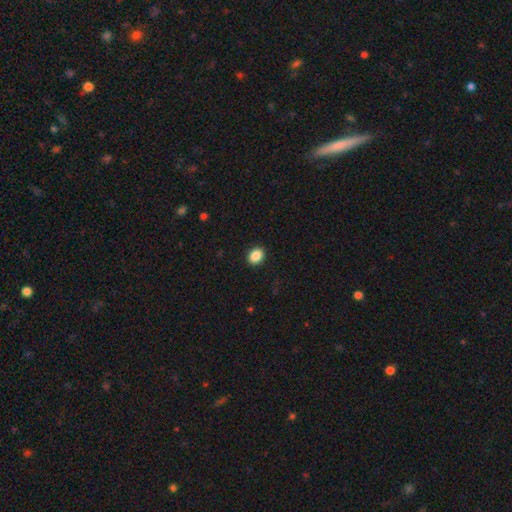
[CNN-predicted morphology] Q: Smooth or featured?
A: smooth (89%); runner-up: star or artifact (9%)
Q: How rounded?
A: round (50%); runner-up: in between (49%)
Q: Merging?
A: none (92%); runner-up: minor disturbance (6%)